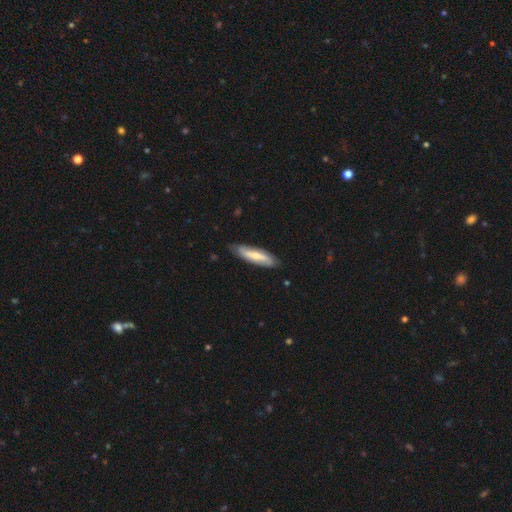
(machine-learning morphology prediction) Smooth or featured? featured or disk (56%)
Edge-on disk? no (69%)
Merging? none (81%)